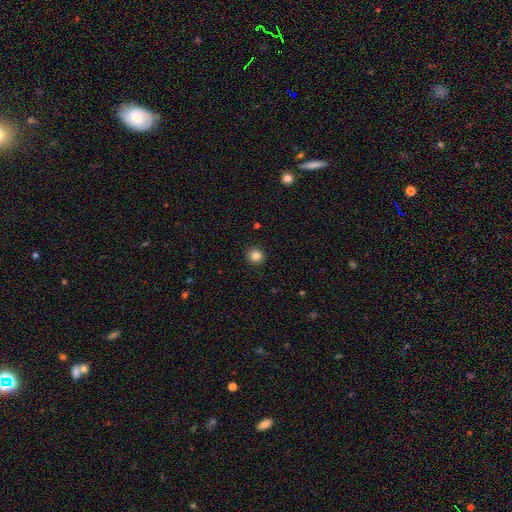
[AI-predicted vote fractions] Morphology: type=smooth (84%); roundness=round (89%); merging=none (92%).